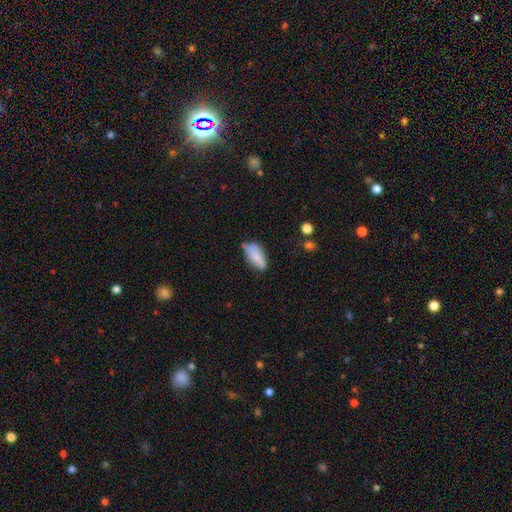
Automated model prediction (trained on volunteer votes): Smooth or featured? smooth (77%)
How rounded? in between (78%)
Merging? none (52%)